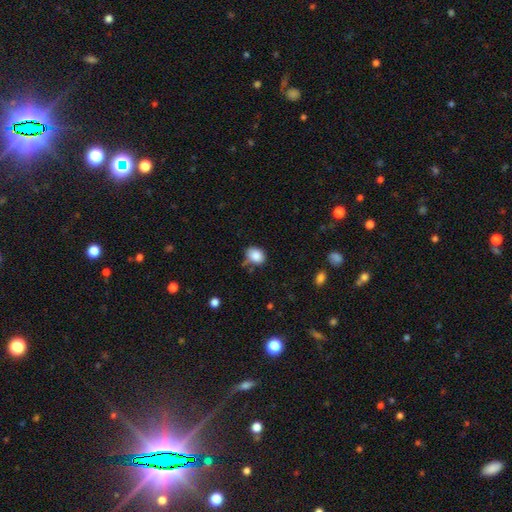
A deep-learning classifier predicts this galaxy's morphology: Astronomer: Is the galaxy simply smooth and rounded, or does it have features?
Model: smooth — 87%.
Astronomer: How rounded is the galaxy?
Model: in between — 63%.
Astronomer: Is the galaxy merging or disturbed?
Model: none — 67%.